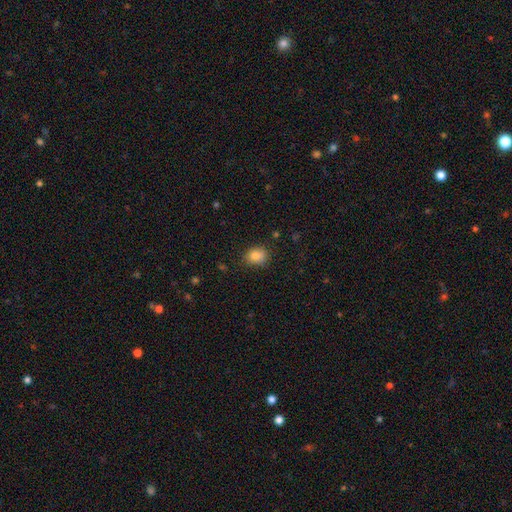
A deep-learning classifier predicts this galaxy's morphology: type=smooth (83%); roundness=round (53%); merging=none (78%).